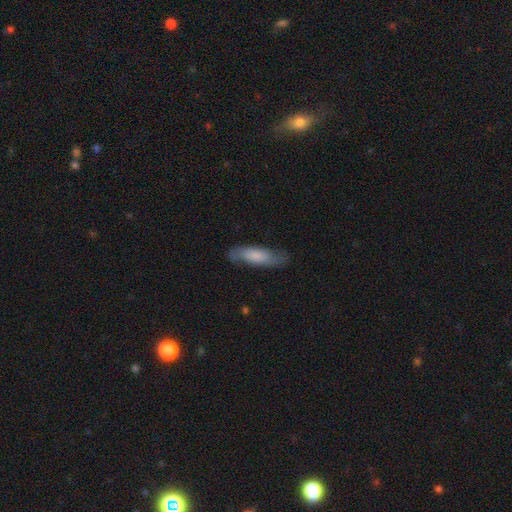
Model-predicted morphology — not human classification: Smooth or featured? Predicted: smooth (p=0.65). How rounded? Predicted: cigar-shaped (p=0.57). Merging? Predicted: none (p=0.74).